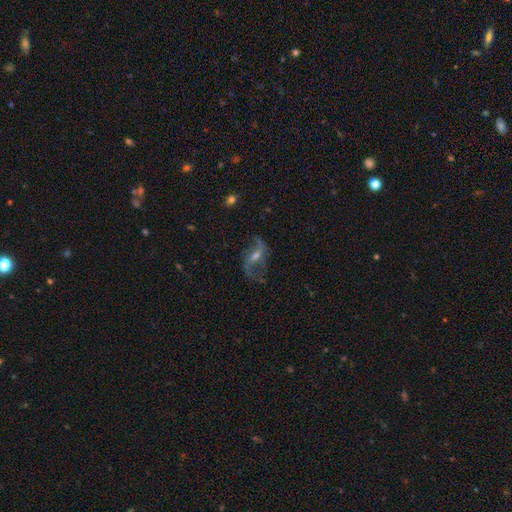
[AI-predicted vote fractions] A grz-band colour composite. It shows a featured or disk galaxy (80%) with a weak bar (45%), 2 (87%) loose (75%) spiral arms (90%) and a moderate central bulge (46%). Merging: none (63%).